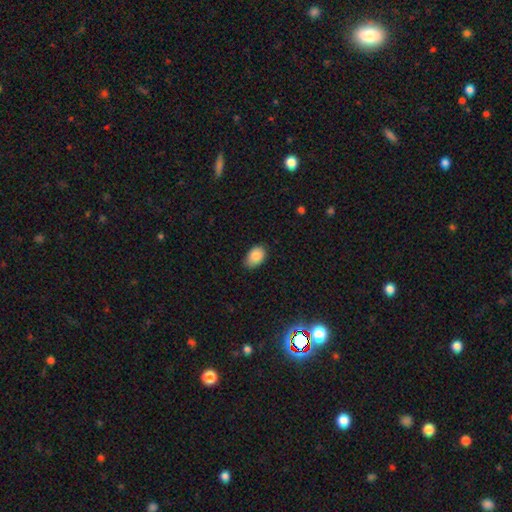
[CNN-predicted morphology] Smooth or featured? Predicted: smooth (p=0.86). How rounded? Predicted: in between (p=0.89). Merging? Predicted: none (p=0.76).